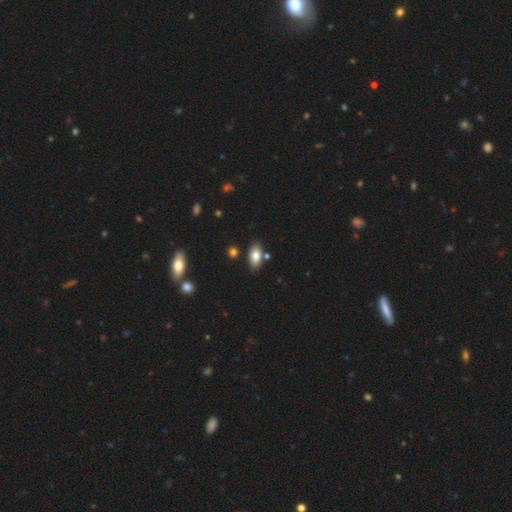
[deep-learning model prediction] Overall: smooth (80%). How rounded: in between (91%). Merging: none (80%).